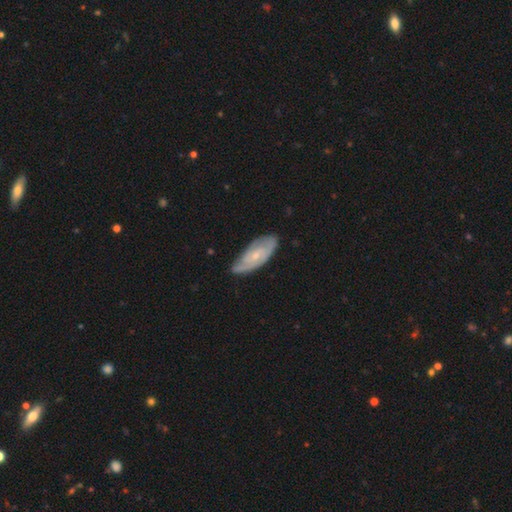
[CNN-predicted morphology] type=featured or disk (68%); edge-on=no (89%); bar=no (67%); spiral arms=yes (84%); winding=tight (57%); arm count=can't tell (42%); bulge=small (70%); merging=none (68%).